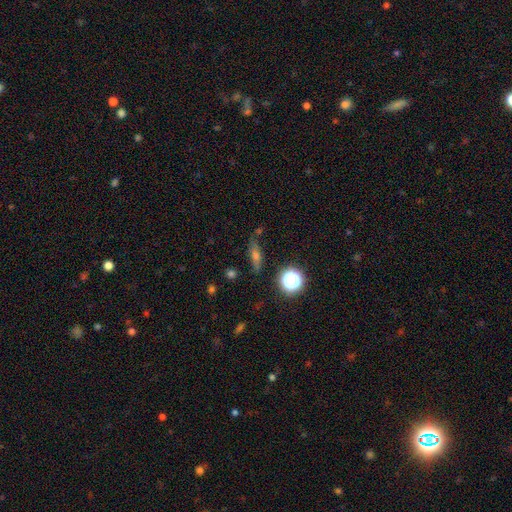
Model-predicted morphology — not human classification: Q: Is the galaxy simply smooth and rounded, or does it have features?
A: smooth — 38%.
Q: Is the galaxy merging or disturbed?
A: none — 79%.